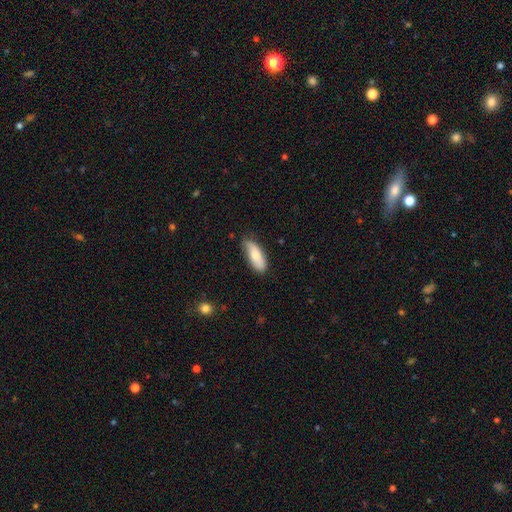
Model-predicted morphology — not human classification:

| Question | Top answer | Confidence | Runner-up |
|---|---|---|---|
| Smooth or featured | smooth | 77% | featured or disk (17%) |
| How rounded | in between | 74% | cigar-shaped (24%) |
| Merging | none | 66% | minor disturbance (27%) |